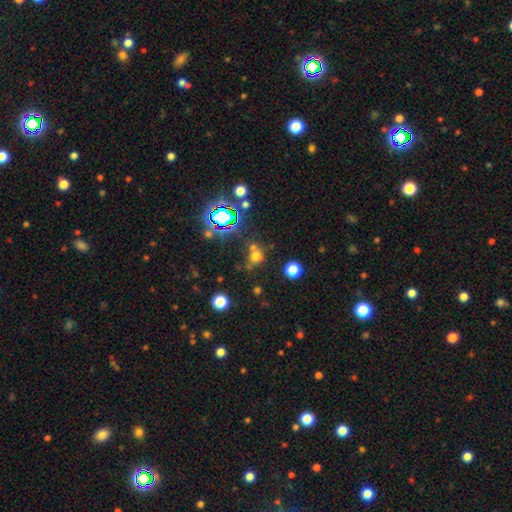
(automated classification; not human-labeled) Morphology: type=smooth (60%); roundness=round (75%); merging=none (51%).